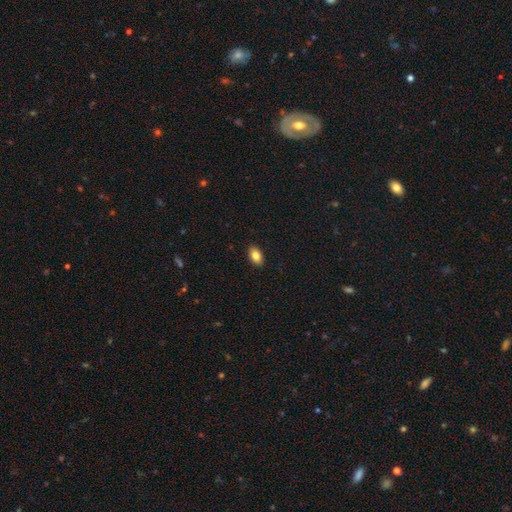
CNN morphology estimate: Smooth or featured: smooth — 84% (featured or disk — 8%)
How rounded: in between — 91% (round — 7%)
Merging: none — 90% (minor disturbance — 7%)